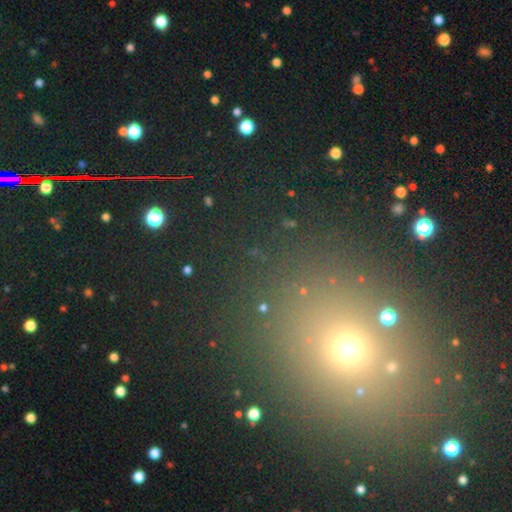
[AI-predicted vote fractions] smooth_or_featured: star or artifact (p=0.48) [alt: smooth p=0.44]